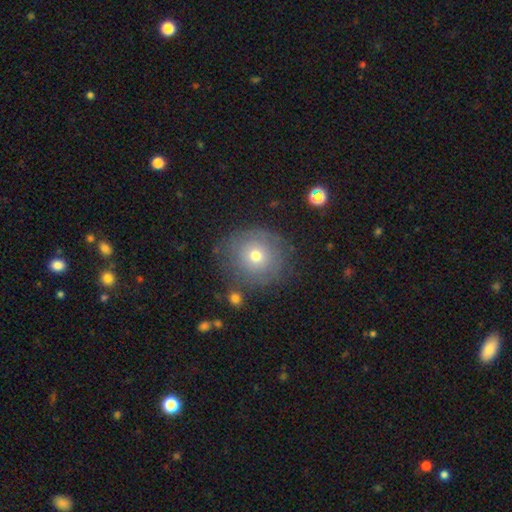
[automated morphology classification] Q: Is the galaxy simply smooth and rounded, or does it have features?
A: smooth — 61%.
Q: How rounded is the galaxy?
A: round — 92%.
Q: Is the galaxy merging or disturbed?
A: none — 77%.